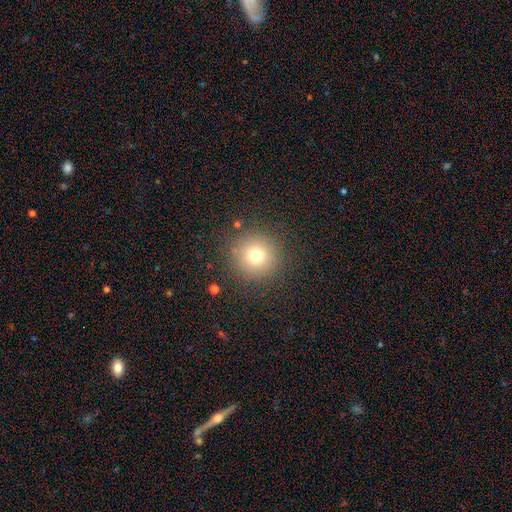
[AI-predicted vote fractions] This is likely a smooth galaxy (74%). How rounded: clearly round (95%). Merging: clearly none (88%).